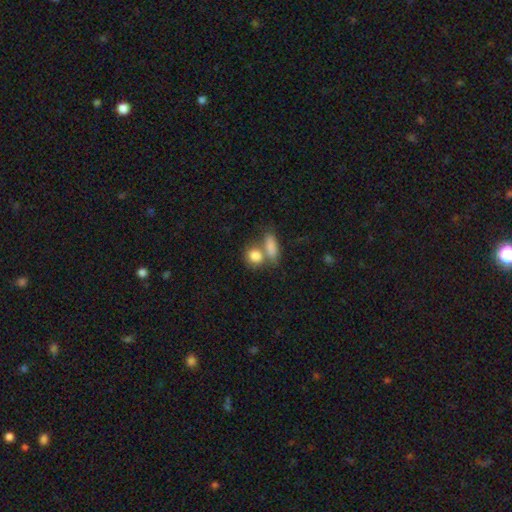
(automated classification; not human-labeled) A smooth galaxy with no disk features (83%) that is in between round and cigar-shaped (50%).

Vote fractions:
- Smooth or featured? smooth: 83% / featured or disk: 9% / star or artifact: 8%
- How rounded? in between: 50% / round: 45% / cigar-shaped: 5%
- Merging? merger: 47% / none: 38% / minor disturbance: 10% / major disturbance: 5%